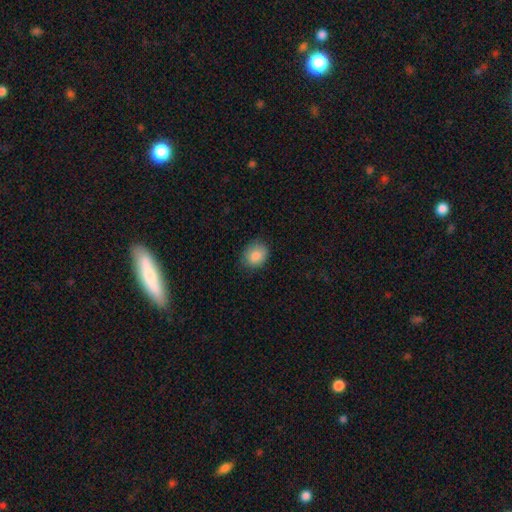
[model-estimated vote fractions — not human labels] smooth-or-featured: smooth: 87% | star or artifact: 8% | featured or disk: 5%
  how-rounded: round: 55% | in between: 44% | cigar-shaped: 1%
  merging: none: 81% | minor disturbance: 15% | major disturbance: 3% | merger: 1%